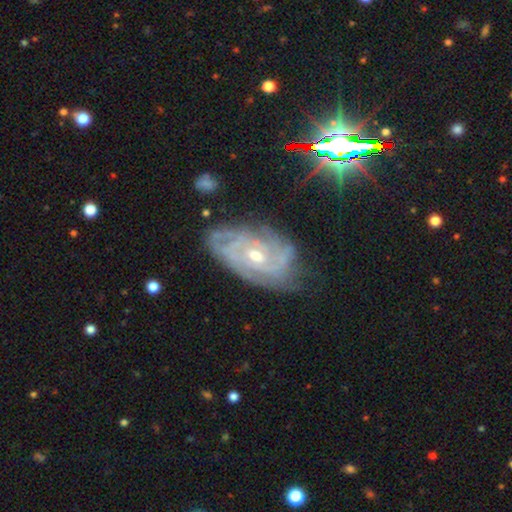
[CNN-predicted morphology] smooth_or_featured: featured or disk (p=0.85) [alt: smooth p=0.08]
disk_edge_on: no (p=0.95) [alt: yes p=0.05]
bar: no (p=0.61) [alt: weak p=0.32]
has_spiral_arms: yes (p=0.93) [alt: no p=0.07]
spiral_winding: tight (p=0.67) [alt: medium p=0.27]
spiral_arm_count: can't tell (p=0.41) [alt: 3 p=0.18]
bulge_size: moderate (p=0.58) [alt: small p=0.38]
merging: none (p=0.66) [alt: minor disturbance p=0.23]